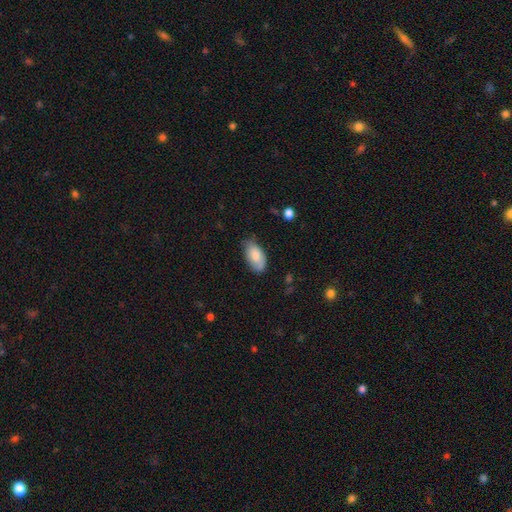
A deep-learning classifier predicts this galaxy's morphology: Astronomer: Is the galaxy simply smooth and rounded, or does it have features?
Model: smooth — 80%.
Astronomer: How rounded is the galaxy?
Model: in between — 94%.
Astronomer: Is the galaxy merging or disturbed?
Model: none — 61%.